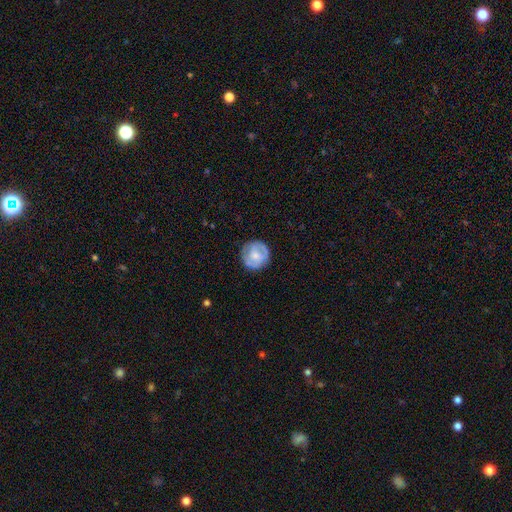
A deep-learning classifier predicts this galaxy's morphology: A featured or disk galaxy (48%).

Vote fractions:
- Smooth or featured? featured or disk: 48% / smooth: 46% / star or artifact: 6%
- Merging? none: 78% / minor disturbance: 16% / major disturbance: 5% / merger: 1%